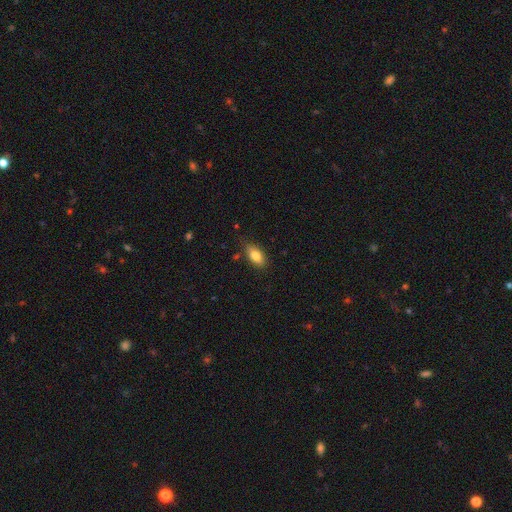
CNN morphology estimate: This appears to be a smooth galaxy with no disk features (79%) that is in between round and cigar-shaped (87%). Merging: none (80%).